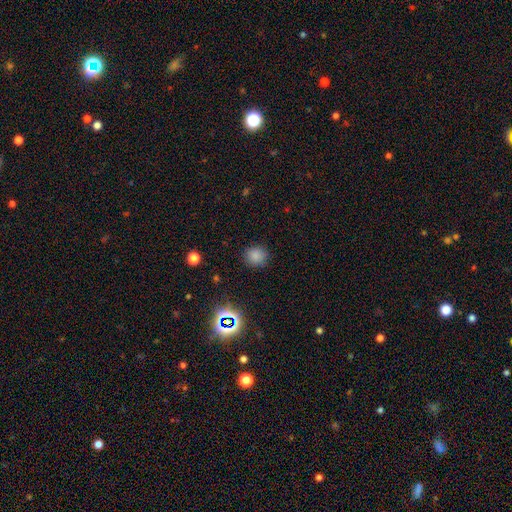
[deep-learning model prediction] Morphology: type=smooth (80%); roundness=round (83%); merging=none (87%).